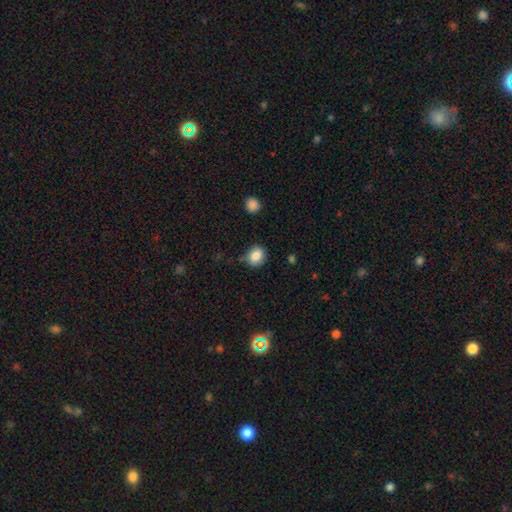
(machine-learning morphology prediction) Smooth or featured? smooth (84%)
How rounded? round (66%)
Merging? none (73%)